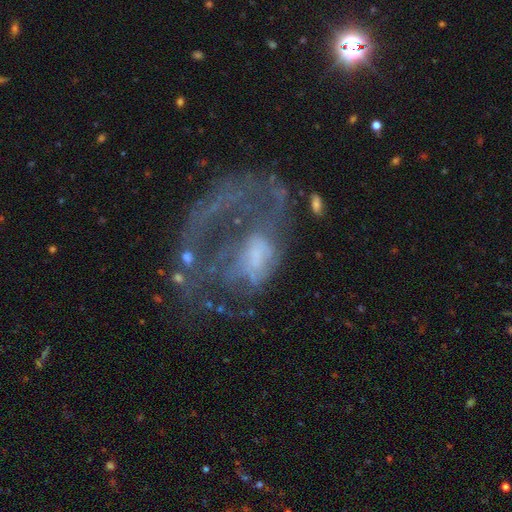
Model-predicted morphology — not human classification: Smooth or featured?
  - featured or disk: 68% *
  - smooth: 18%
  - star or artifact: 14%
Edge-on disk?
  - no: 97% *
  - yes: 3%
Bar?
  - no: 66% *
  - weak: 26%
  - strong: 8%
Spiral arms?
  - no: 54% *
  - yes: 46%
Bulge size?
  - none: 34% *
  - small: 31%
  - moderate: 26%
  - large: 7%
  - dominant: 2%
Merging?
  - major disturbance: 58% *
  - none: 20%
  - minor disturbance: 12%
  - merger: 10%